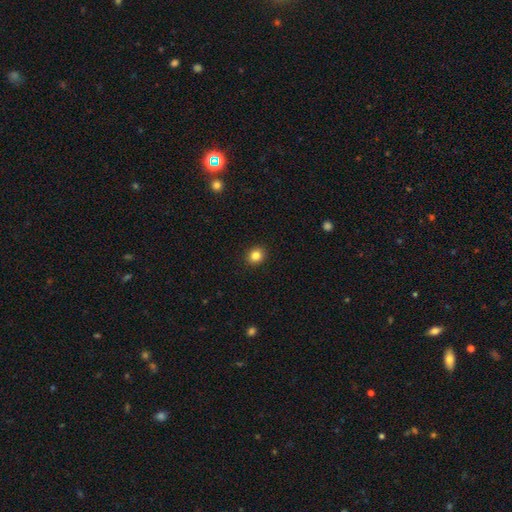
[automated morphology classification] Smooth or featured? smooth (84%)
How rounded? round (75%)
Merging? none (92%)